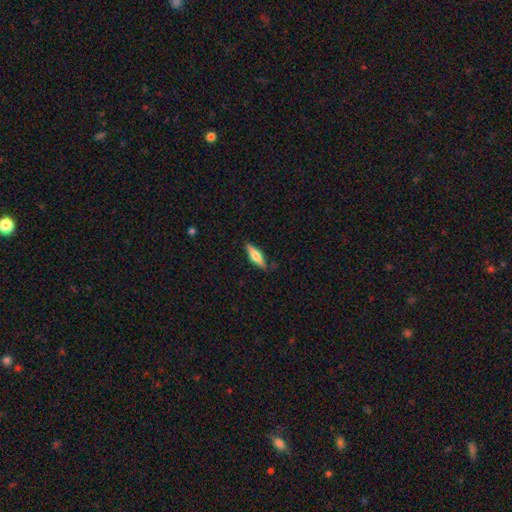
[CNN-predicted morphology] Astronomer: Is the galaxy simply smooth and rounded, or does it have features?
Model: featured or disk — 49% (runner-up: smooth, 45%).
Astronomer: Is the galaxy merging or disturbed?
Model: none — 84%.